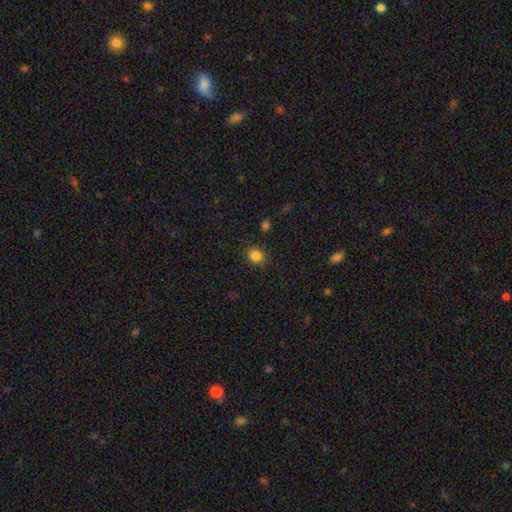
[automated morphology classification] smooth 83%, star or artifact 12%, featured or disk 5%. Down the decision tree: how rounded — round (72%); merging — none (87%).